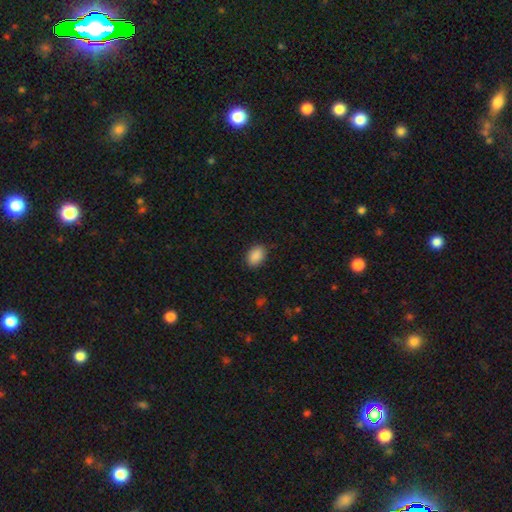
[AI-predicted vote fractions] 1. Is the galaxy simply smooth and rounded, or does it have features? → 90% smooth, 7% star or artifact, 3% featured or disk.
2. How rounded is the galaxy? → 84% in between, 15% round, 1% cigar-shaped.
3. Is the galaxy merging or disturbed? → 86% none, 11% minor disturbance, 2% major disturbance, 1% merger.